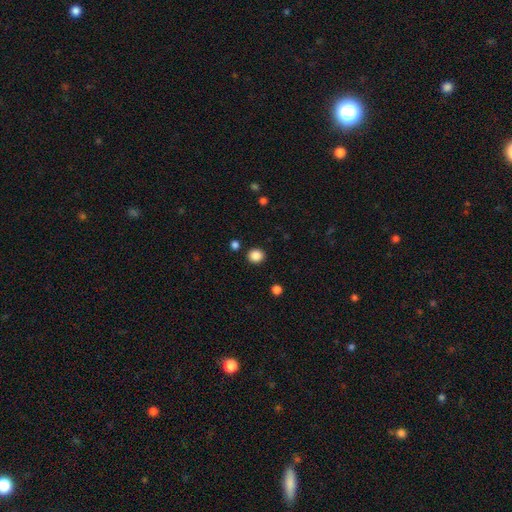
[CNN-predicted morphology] Smooth or featured: smooth — 87% (star or artifact — 10%)
How rounded: round — 82% (in between — 17%)
Merging: none — 89% (minor disturbance — 6%)